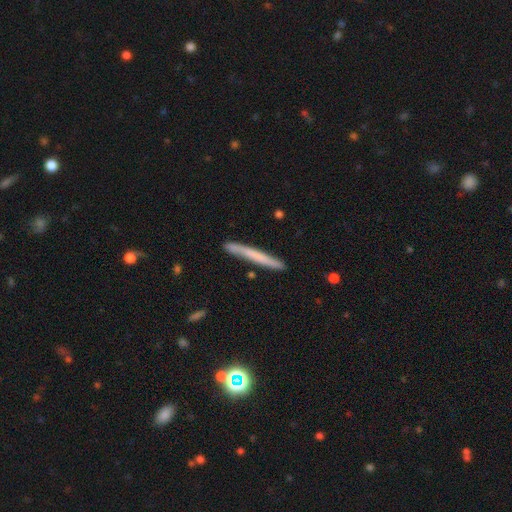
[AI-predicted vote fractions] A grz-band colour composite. It shows a smooth galaxy with no disk features (56%) that is cigar-shaped (97%). Merging: none (86%).